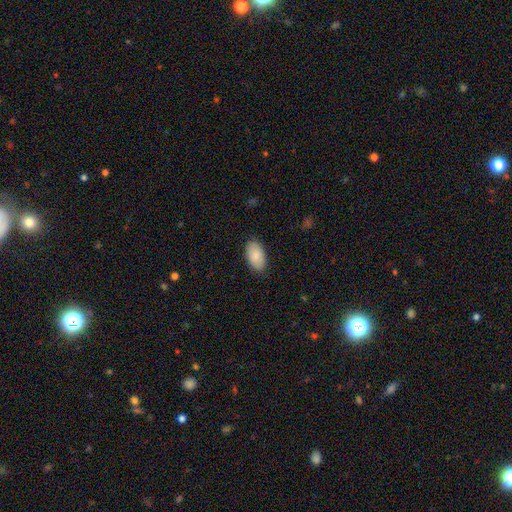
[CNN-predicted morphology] Smooth or featured: smooth — 88% (featured or disk — 6%)
How rounded: in between — 95% (round — 3%)
Merging: none — 87% (minor disturbance — 10%)